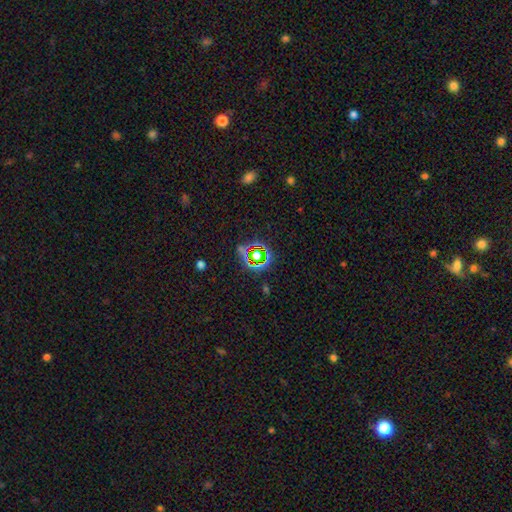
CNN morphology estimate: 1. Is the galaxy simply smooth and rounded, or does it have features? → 65% star or artifact, 23% smooth, 13% featured or disk.